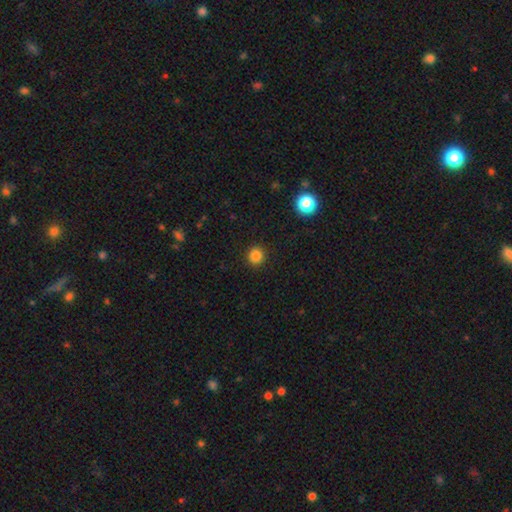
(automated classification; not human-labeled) Q: Smooth or featured?
A: smooth (84%); runner-up: star or artifact (12%)
Q: How rounded?
A: round (93%); runner-up: in between (6%)
Q: Merging?
A: none (92%); runner-up: minor disturbance (5%)